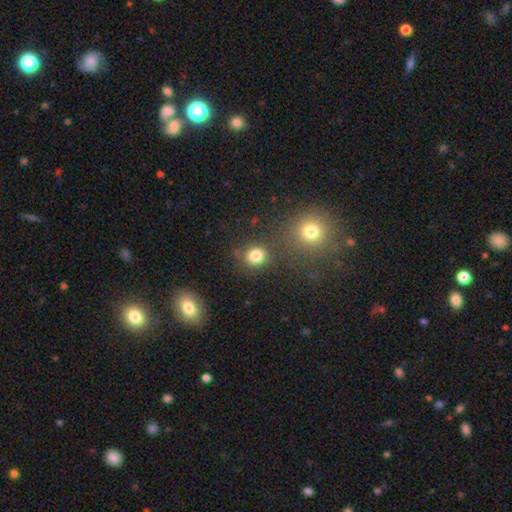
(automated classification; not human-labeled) Q: Smooth or featured?
A: smooth (82%); runner-up: star or artifact (12%)
Q: How rounded?
A: round (71%); runner-up: in between (28%)
Q: Merging?
A: none (70%); runner-up: merger (13%)